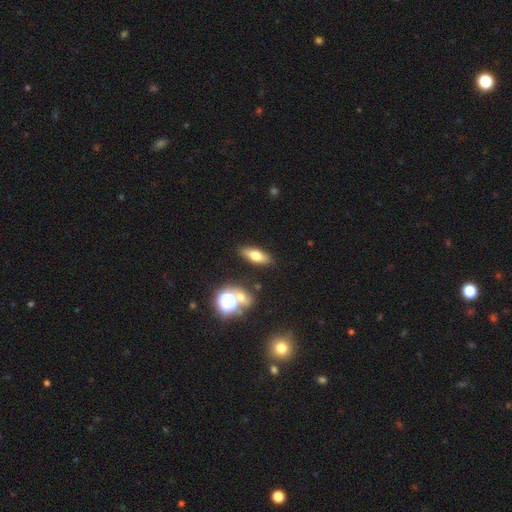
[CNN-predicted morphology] Smooth or featured: smooth — 60% (featured or disk — 28%)
How rounded: in between — 54% (cigar-shaped — 39%)
Merging: none — 86% (minor disturbance — 8%)